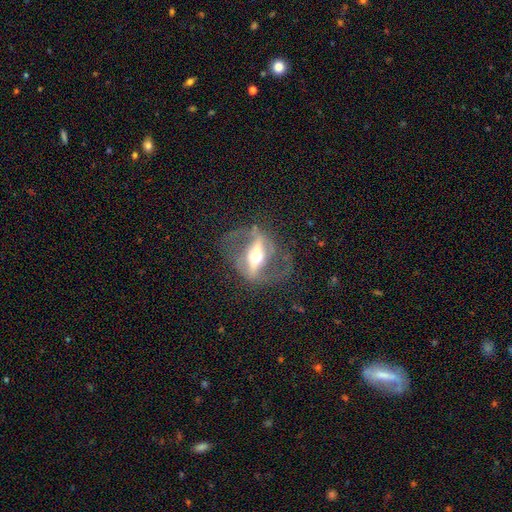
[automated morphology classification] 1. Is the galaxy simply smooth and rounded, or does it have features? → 85% featured or disk, 10% smooth, 5% star or artifact.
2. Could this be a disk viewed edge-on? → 73% no, 27% yes.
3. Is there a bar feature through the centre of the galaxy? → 77% strong, 14% weak, 9% no.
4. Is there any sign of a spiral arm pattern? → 68% yes, 32% no.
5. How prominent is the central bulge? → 65% moderate, 16% large, 16% small, 2% dominant, 1% none.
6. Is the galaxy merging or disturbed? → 65% none, 19% major disturbance, 14% minor disturbance, 2% merger.